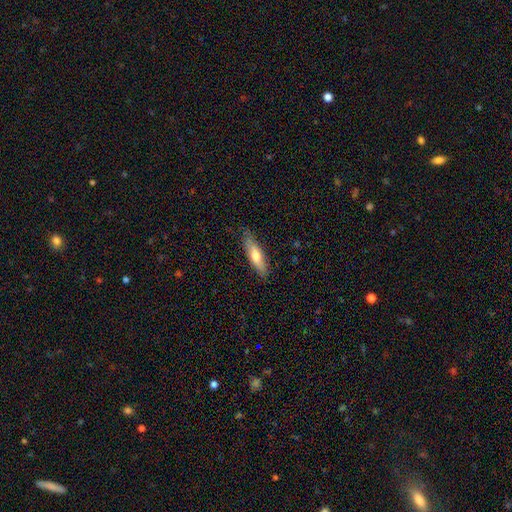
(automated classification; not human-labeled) Smooth or featured: smooth — 64% (featured or disk — 30%)
How rounded: cigar-shaped — 65% (in between — 33%)
Merging: none — 82% (minor disturbance — 15%)